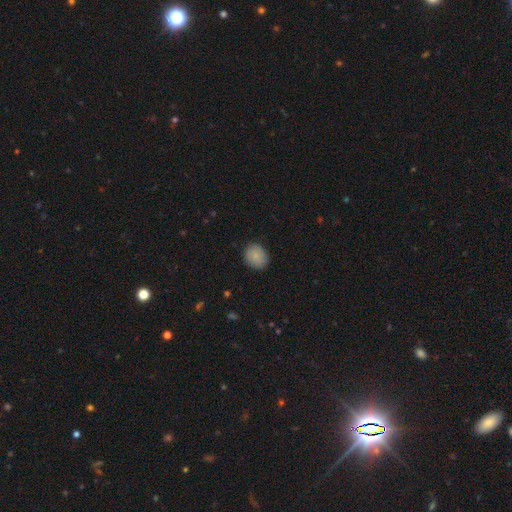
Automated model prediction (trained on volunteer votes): A smooth galaxy with no disk features (84%) that is round (59%).

Vote fractions:
- Smooth or featured? smooth: 84% / featured or disk: 8% / star or artifact: 8%
- How rounded? round: 59% / in between: 40% / cigar-shaped: 1%
- Merging? none: 86% / minor disturbance: 10% / major disturbance: 2% / merger: 1%